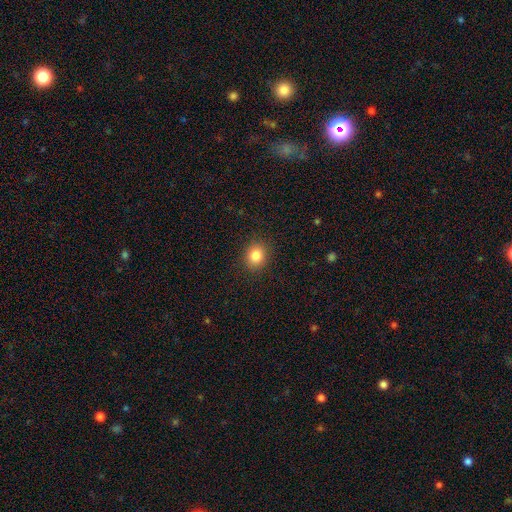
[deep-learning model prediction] This is clearly a smooth galaxy (84%). How rounded: likely round (68%). Merging: clearly none (90%).